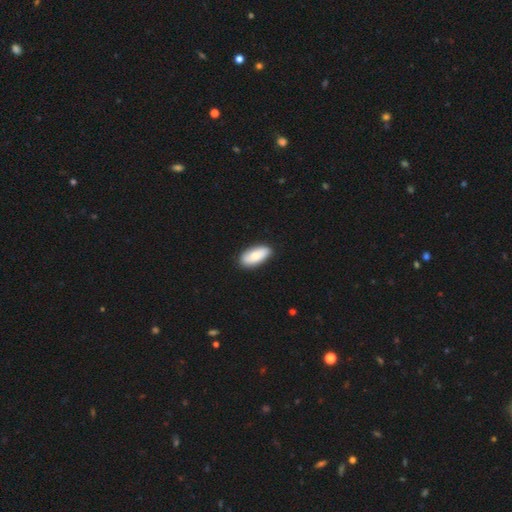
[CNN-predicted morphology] This appears to be a smooth galaxy with no disk features (79%) that is in between round and cigar-shaped (88%). Merging: none (87%).